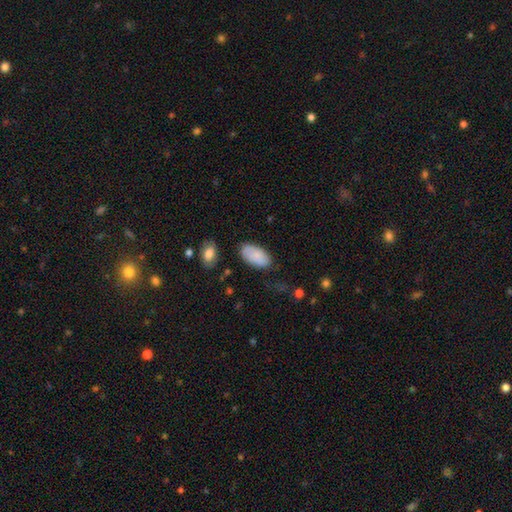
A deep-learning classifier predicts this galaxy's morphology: Smooth or featured? Predicted: smooth (p=0.84). How rounded? Predicted: in between (p=0.95). Merging? Predicted: none (p=0.76).